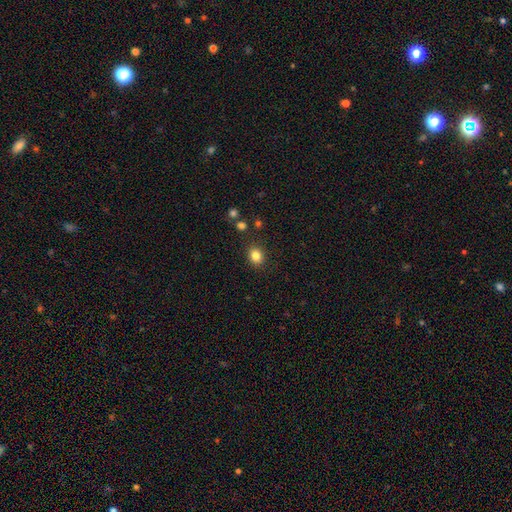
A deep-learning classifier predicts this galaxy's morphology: A smooth galaxy with no disk features (84%) that is round (57%).

Vote fractions:
- Smooth or featured? smooth: 84% / star or artifact: 11% / featured or disk: 5%
- How rounded? round: 57% / in between: 42% / cigar-shaped: 1%
- Merging? none: 87% / minor disturbance: 8% / major disturbance: 3% / merger: 2%